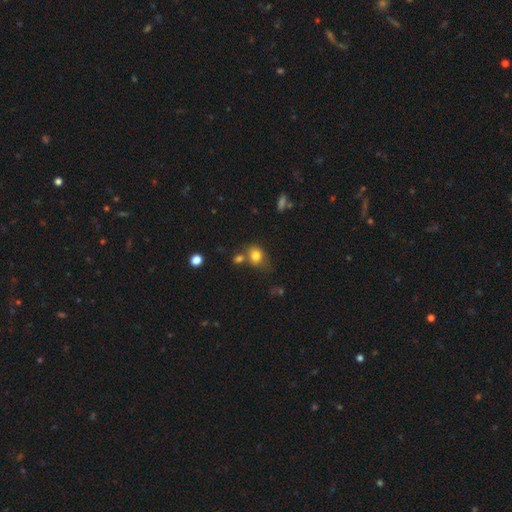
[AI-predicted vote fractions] Q: Smooth or featured?
A: smooth (80%); runner-up: star or artifact (11%)
Q: How rounded?
A: in between (50%); runner-up: round (49%)
Q: Merging?
A: none (54%); runner-up: merger (20%)